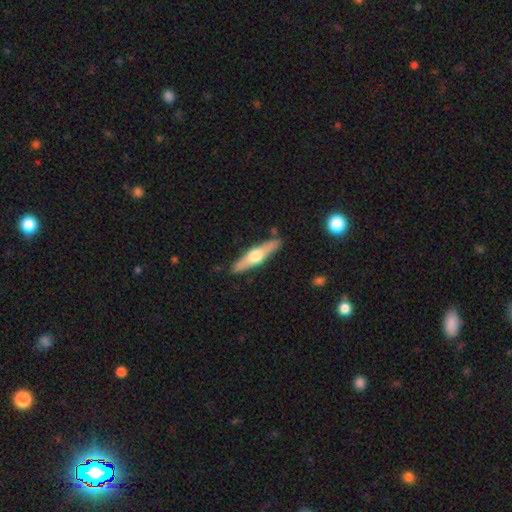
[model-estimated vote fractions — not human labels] Overall: featured or disk (61%; smooth 34%). Edge-on disk: yes (95%). Edge-on bulge: rounded (95%). Merging: none (88%).